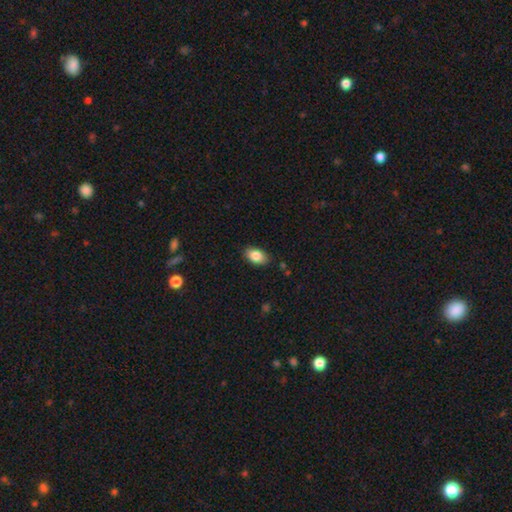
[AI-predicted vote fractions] The model was most divided on "merging": none: 86%, minor disturbance: 11%, major disturbance: 2%, merger: 1%. More confident: how rounded — in between (90%); smooth or featured — smooth (85%).